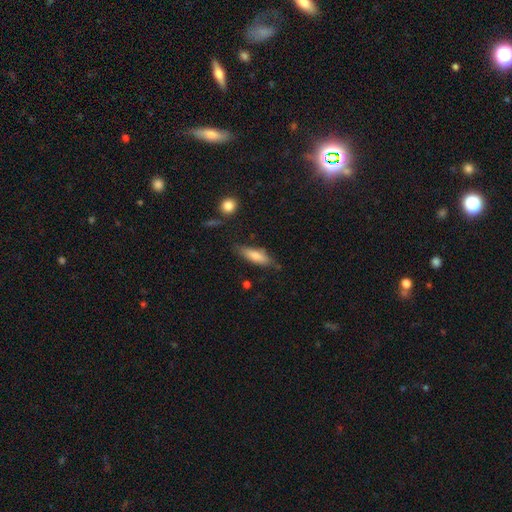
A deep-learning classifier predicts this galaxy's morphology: Q: Smooth or featured?
A: smooth (76%); runner-up: featured or disk (18%)
Q: How rounded?
A: cigar-shaped (50%); runner-up: in between (48%)
Q: Merging?
A: none (72%); runner-up: minor disturbance (21%)